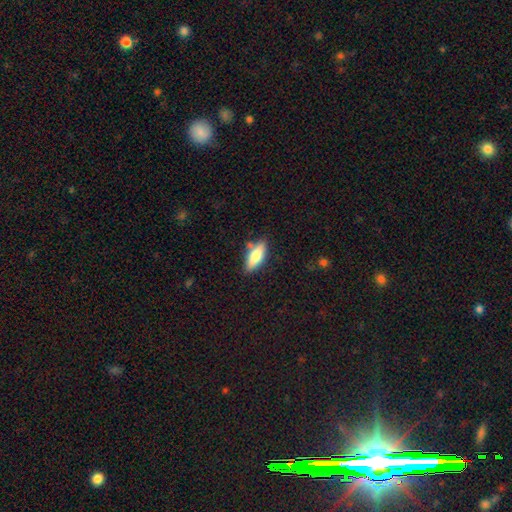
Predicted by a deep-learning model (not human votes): Q: Smooth or featured?
A: smooth (69%); runner-up: featured or disk (24%)
Q: How rounded?
A: in between (64%); runner-up: cigar-shaped (33%)
Q: Merging?
A: none (77%); runner-up: minor disturbance (15%)